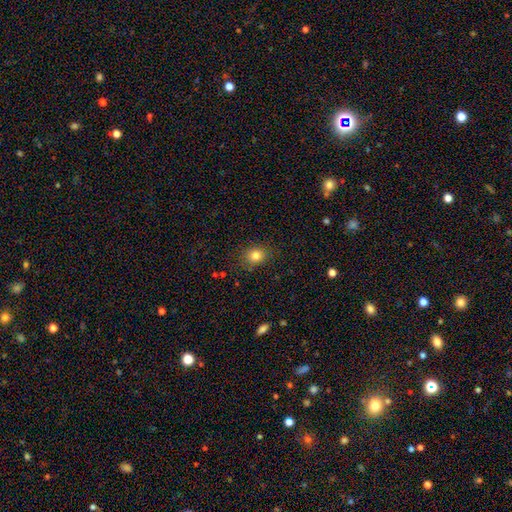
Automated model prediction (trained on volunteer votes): Smooth or featured? smooth (81%)
How rounded? round (64%)
Merging? none (84%)